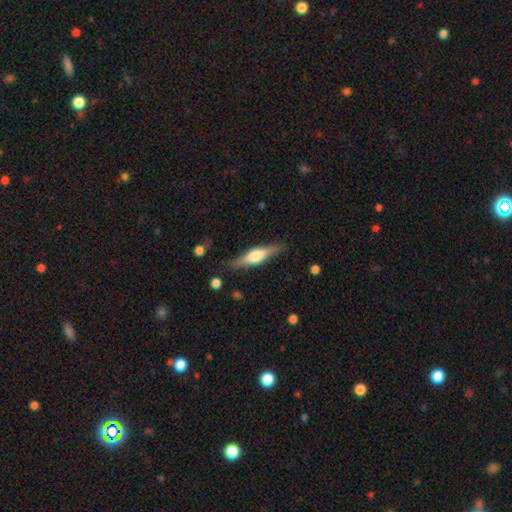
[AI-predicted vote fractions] A featured or disk galaxy (63%) viewed edge-on (96%) with a rounded central bulge (86%). Merging: none (85%).